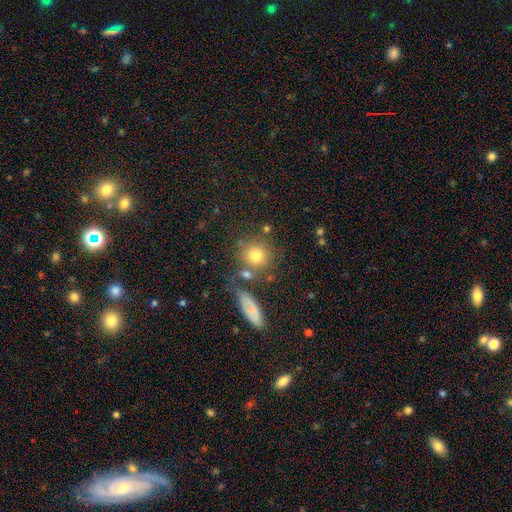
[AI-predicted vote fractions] A smooth galaxy with no disk features (75%) that is round (85%). Merging: none (67%).